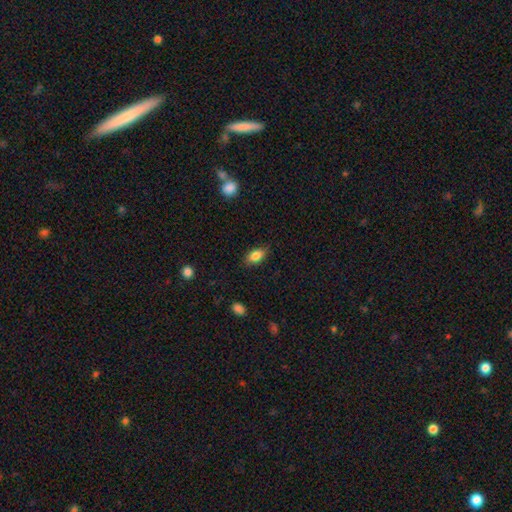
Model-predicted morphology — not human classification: smooth_or_featured: smooth (p=0.84) [alt: featured or disk p=0.08]
how_rounded: in between (p=0.87) [alt: round p=0.07]
merging: none (p=0.84) [alt: minor disturbance p=0.12]